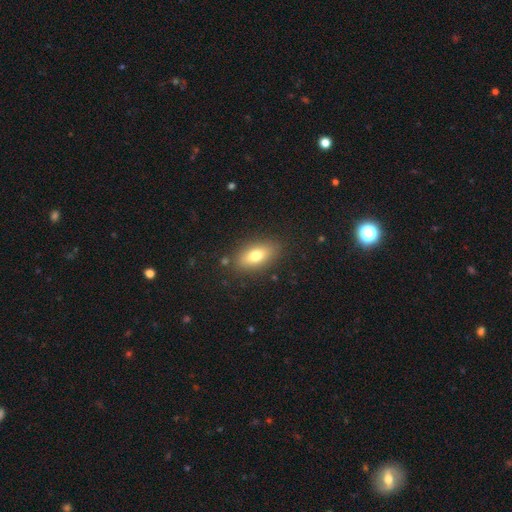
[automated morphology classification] The model was most divided on "smooth or featured": smooth: 74%, featured or disk: 17%, star or artifact: 9%. More confident: merging — none (85%); how rounded — in between (85%).